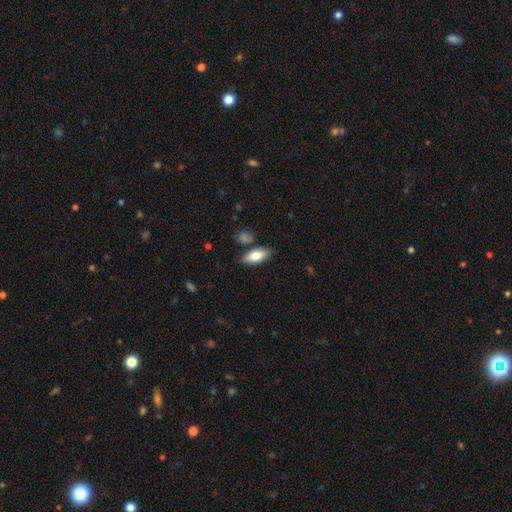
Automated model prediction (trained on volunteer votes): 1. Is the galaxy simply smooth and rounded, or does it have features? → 78% smooth, 16% featured or disk, 6% star or artifact.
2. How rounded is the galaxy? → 80% in between, 17% cigar-shaped, 3% round.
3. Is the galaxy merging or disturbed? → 80% none, 12% minor disturbance, 5% merger, 3% major disturbance.